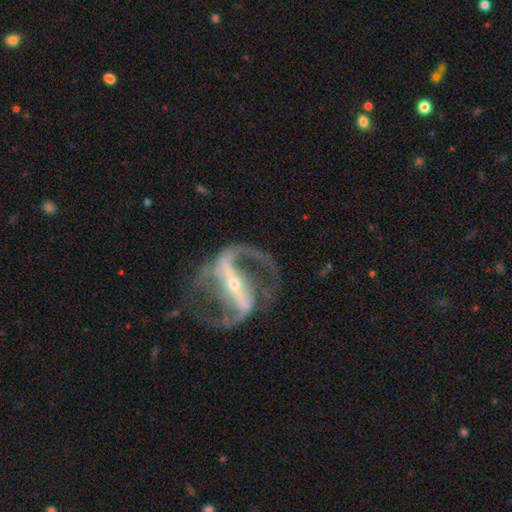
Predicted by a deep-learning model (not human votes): smooth-or-featured: featured or disk: 92% | star or artifact: 5% | smooth: 3%
  disk-edge-on: no: 95% | yes: 5%
    bar: strong: 82% | weak: 12% | no: 6%
    has-spiral-arms: yes: 96% | no: 4%
      spiral-winding: medium: 51% | loose: 34% | tight: 15%
      spiral-arm-count: 2: 93% | can't tell: 2% | 1: 2% | 3: 1% | 4: 1% | more than 4: 1%
    bulge-size: small: 75% | moderate: 21% | large: 2% | none: 1% | dominant: 1%
  merging: none: 71% | minor disturbance: 13% | major disturbance: 13% | merger: 2%